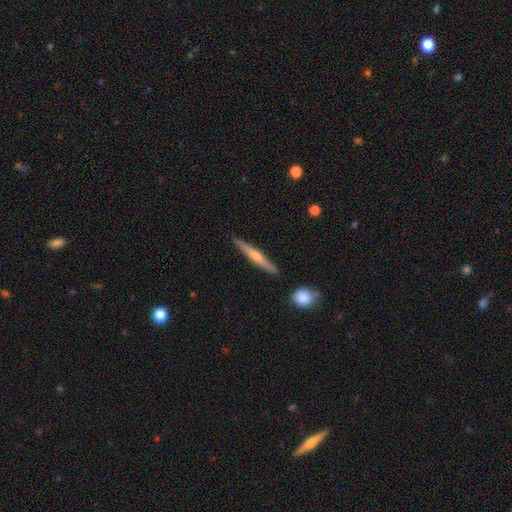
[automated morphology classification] A featured or disk galaxy (65%) viewed edge-on (97%) with a rounded central bulge (79%).

Vote fractions:
- Smooth or featured? featured or disk: 65% / smooth: 28% / star or artifact: 6%
- Edge-on disk? yes: 97% / no: 3%
- Edge-on bulge? rounded: 79% / none: 16% / boxy: 5%
- Merging? none: 89% / minor disturbance: 7% / merger: 2% / major disturbance: 1%